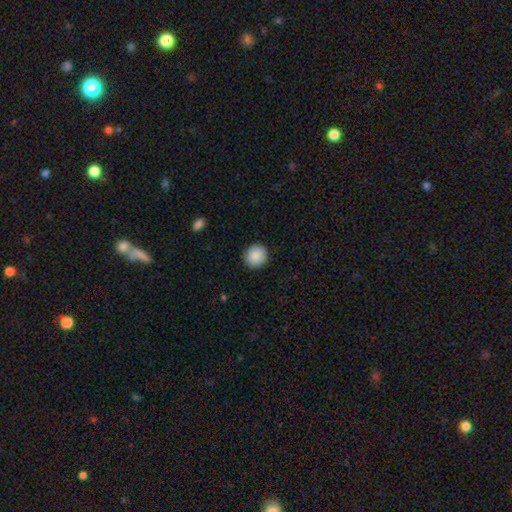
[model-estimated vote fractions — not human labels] A smooth galaxy with no disk features (89%) that is round (91%). Merging: none (92%).